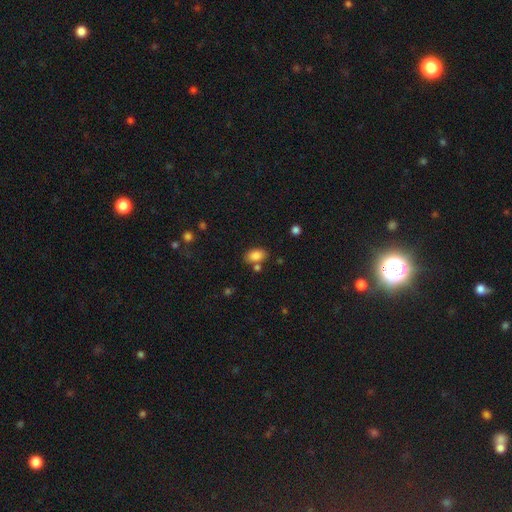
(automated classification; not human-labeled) Smooth or featured? smooth (85%)
How rounded? in between (89%)
Merging? none (71%)